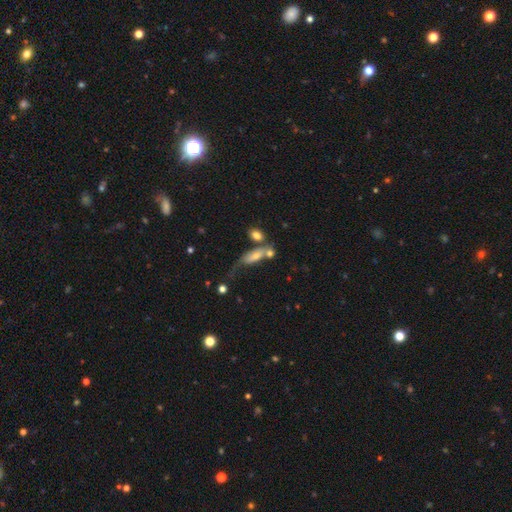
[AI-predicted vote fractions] Morphology: type=smooth (60%); roundness=in between (67%); merging=merger (32%).